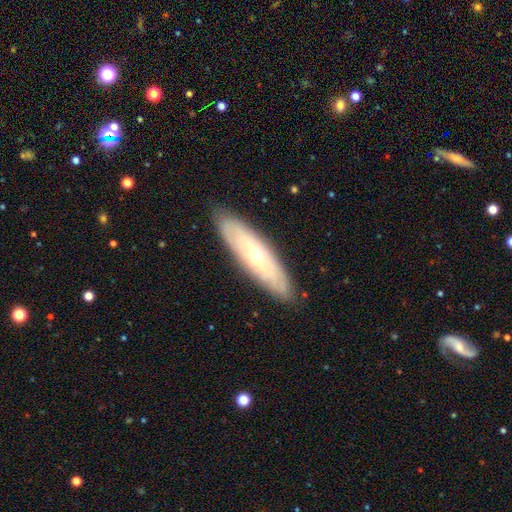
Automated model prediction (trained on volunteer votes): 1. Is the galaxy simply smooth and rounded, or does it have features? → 61% featured or disk, 33% smooth, 6% star or artifact.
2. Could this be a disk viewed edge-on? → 61% no, 39% yes.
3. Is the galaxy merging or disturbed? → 87% none, 10% minor disturbance, 2% major disturbance, 1% merger.